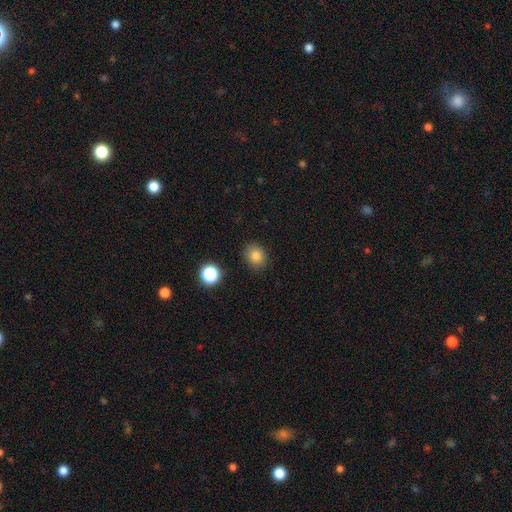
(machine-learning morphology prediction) The model was most divided on "how rounded": round: 64%, in between: 35%, cigar-shaped: 1%. More confident: merging — none (87%); smooth or featured — smooth (81%).